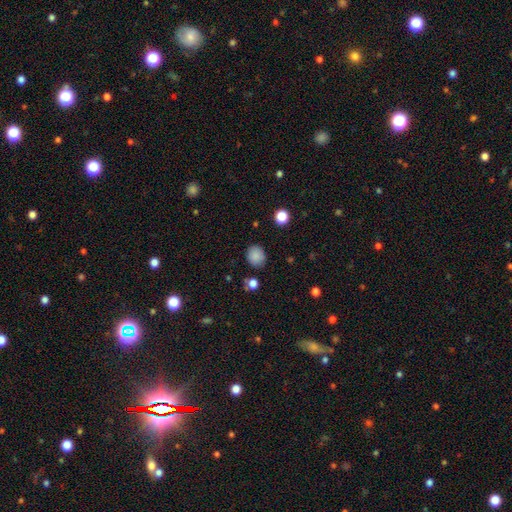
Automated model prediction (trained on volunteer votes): smooth 85%, star or artifact 11%, featured or disk 4%. Down the decision tree: how rounded — round (77%); merging — none (86%).